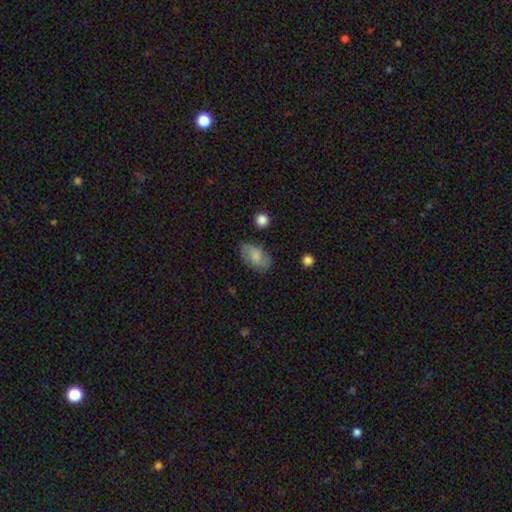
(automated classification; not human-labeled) Smooth or featured? Predicted: smooth (p=0.60). How rounded? Predicted: in between (p=0.89). Merging? Predicted: none (p=0.74).